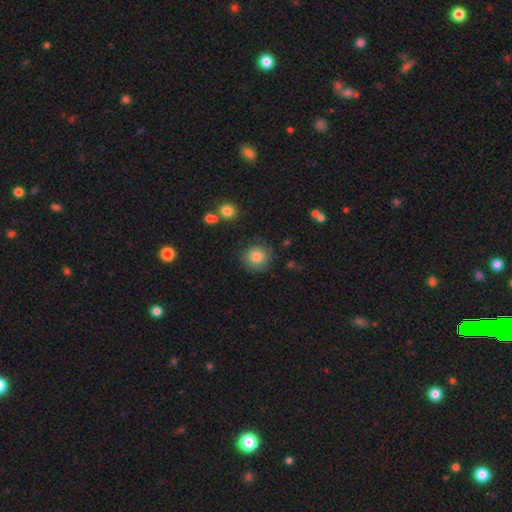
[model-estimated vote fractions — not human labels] Smooth or featured? smooth (81%)
How rounded? round (91%)
Merging? none (81%)